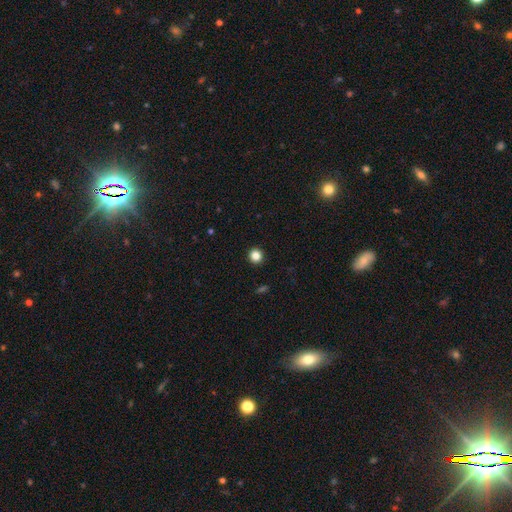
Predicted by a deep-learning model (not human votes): A smooth galaxy with no disk features (85%) that is round (94%). Merging: none (94%).